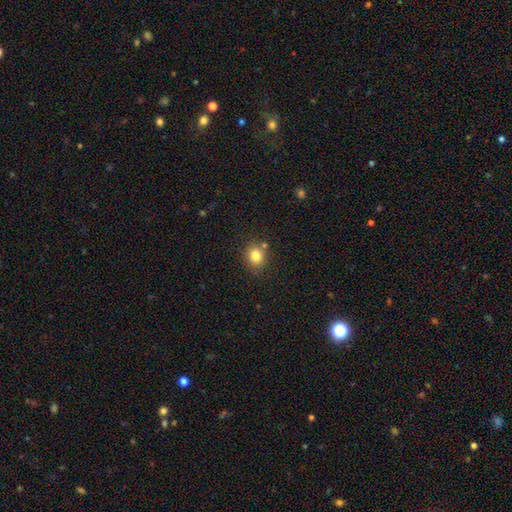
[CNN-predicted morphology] smooth-or-featured: smooth: 81% | star or artifact: 12% | featured or disk: 7%
  how-rounded: round: 75% | in between: 24% | cigar-shaped: 1%
  merging: none: 78% | minor disturbance: 11% | merger: 8% | major disturbance: 3%